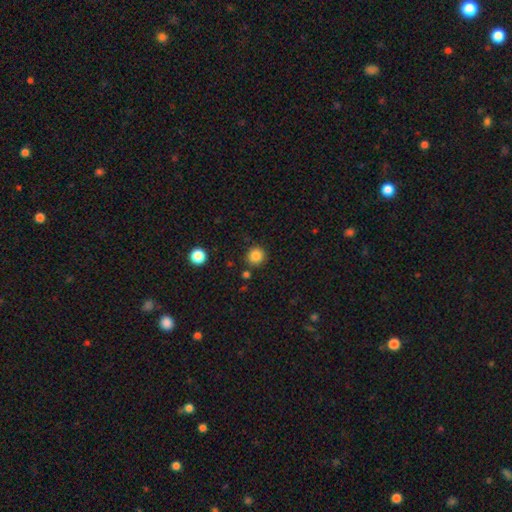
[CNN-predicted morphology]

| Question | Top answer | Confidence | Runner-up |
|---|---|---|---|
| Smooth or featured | smooth | 85% | star or artifact (11%) |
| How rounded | round | 93% | in between (6%) |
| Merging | none | 87% | minor disturbance (7%) |